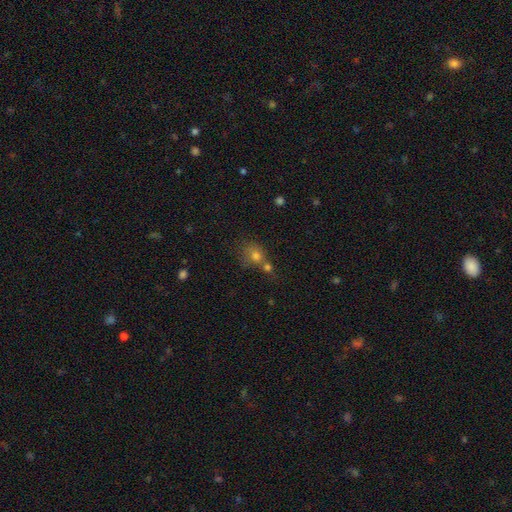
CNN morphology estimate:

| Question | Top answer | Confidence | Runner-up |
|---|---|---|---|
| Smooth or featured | smooth | 71% | star or artifact (17%) |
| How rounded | round | 70% | in between (29%) |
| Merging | merger | 42% | none (39%) |